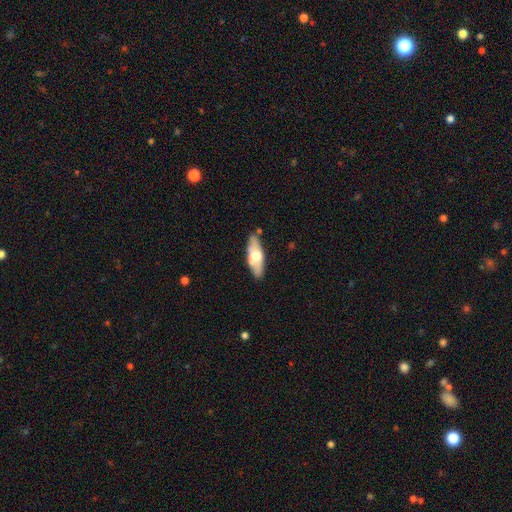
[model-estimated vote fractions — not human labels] Smooth or featured? Predicted: smooth (p=0.52). How rounded? Predicted: in between (p=0.66). Merging? Predicted: none (p=0.80).